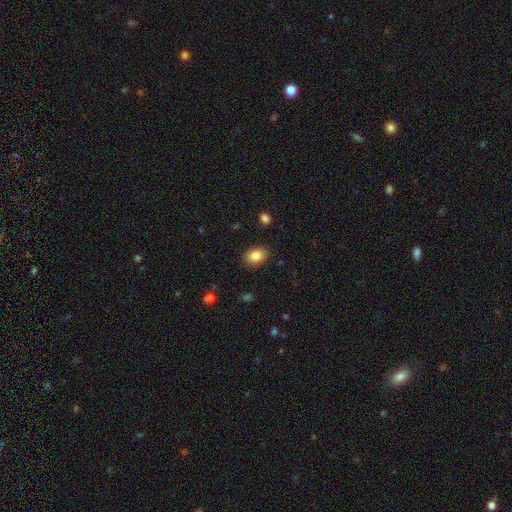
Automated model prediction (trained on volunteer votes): Smooth or featured: smooth — 85% (star or artifact — 8%)
How rounded: in between — 81% (round — 17%)
Merging: none — 87% (minor disturbance — 9%)